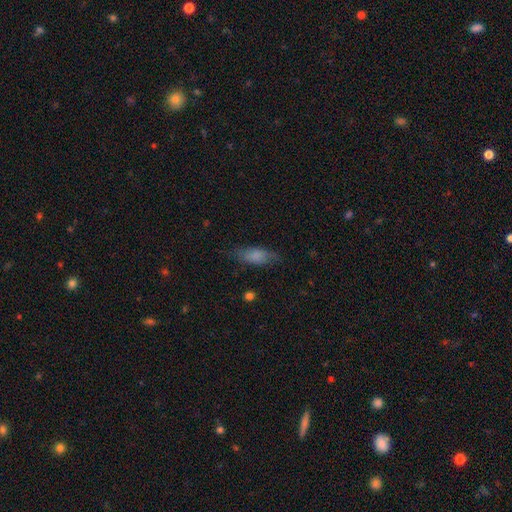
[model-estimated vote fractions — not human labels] Smooth or featured?
  - smooth: 77% *
  - featured or disk: 15%
  - star or artifact: 8%
How rounded?
  - in between: 78% *
  - cigar-shaped: 19%
  - round: 3%
Merging?
  - none: 72% *
  - minor disturbance: 20%
  - major disturbance: 7%
  - merger: 1%